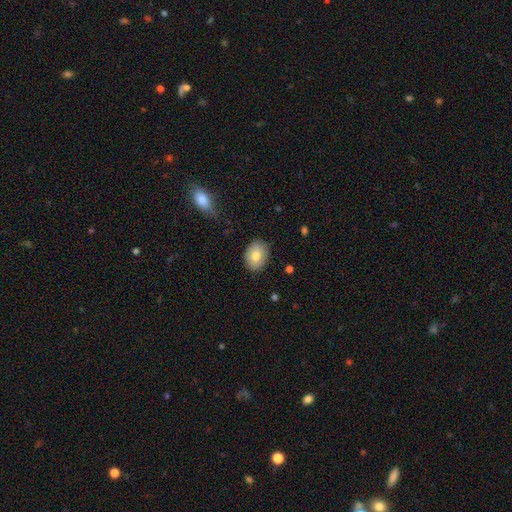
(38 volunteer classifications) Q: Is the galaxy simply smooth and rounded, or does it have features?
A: smooth — 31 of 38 (82%).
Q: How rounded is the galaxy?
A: in between — 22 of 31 (71%).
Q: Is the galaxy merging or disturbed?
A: none — 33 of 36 (92%).